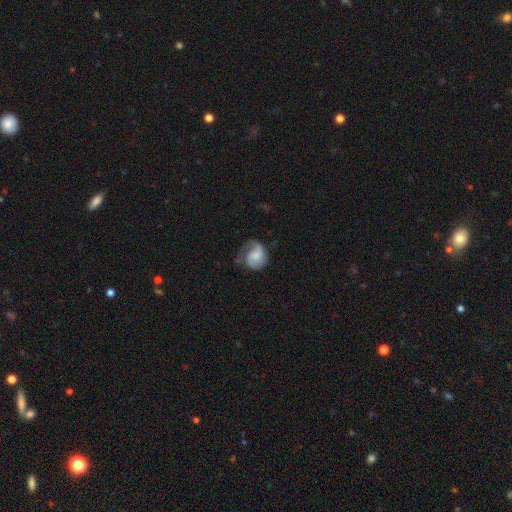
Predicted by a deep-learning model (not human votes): The model was most divided on "spiral arm count": 2: 48%, 1: 41%, can't tell: 8%, 3: 2%, 4: 1%, more than 4: 1%. Remaining: edge-on disk — no (98%); spiral arms — yes (92%); bar — no (64%); smooth or featured — featured or disk (62%); merging — none (50%); spiral winding — medium (42%); bulge size — small (38%).